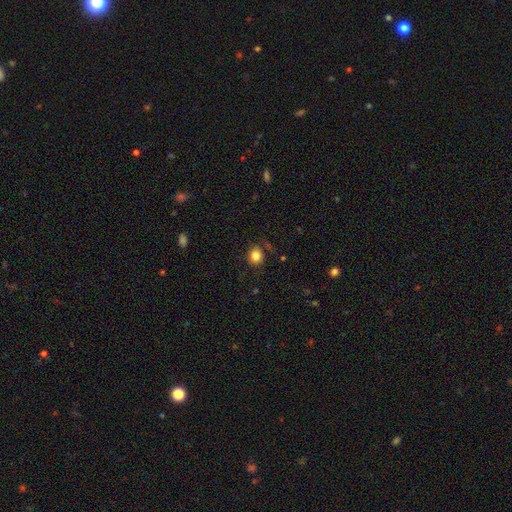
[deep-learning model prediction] Smooth or featured?
  - smooth: 83% *
  - star or artifact: 11%
  - featured or disk: 6%
How rounded?
  - round: 74% *
  - in between: 25%
  - cigar-shaped: 1%
Merging?
  - none: 80% *
  - minor disturbance: 13%
  - major disturbance: 5%
  - merger: 2%